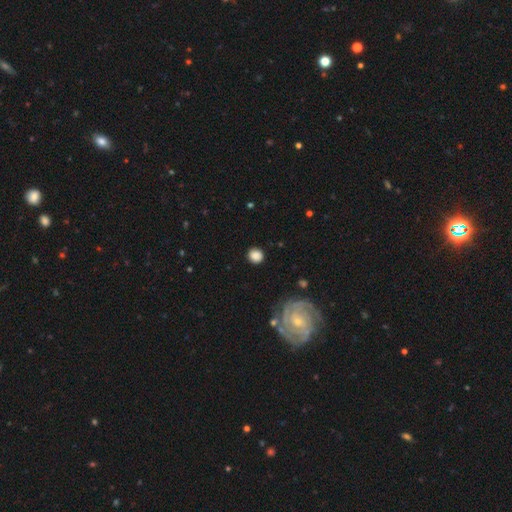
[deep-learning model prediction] smooth_or_featured: smooth (p=0.81) [alt: featured or disk p=0.10]
how_rounded: round (p=0.86) [alt: in between p=0.13]
merging: none (p=0.87) [alt: minor disturbance p=0.08]